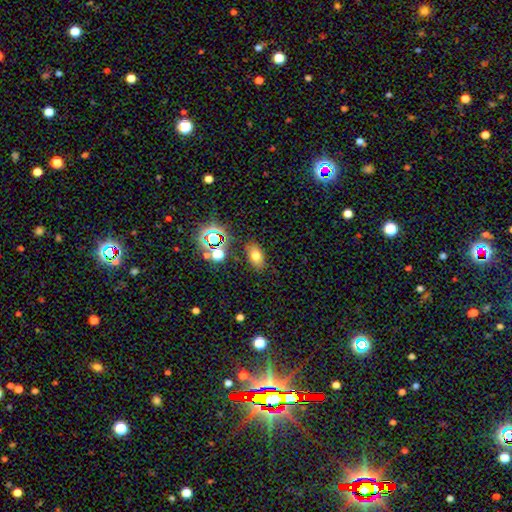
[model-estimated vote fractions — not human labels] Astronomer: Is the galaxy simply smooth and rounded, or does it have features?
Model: smooth — 68%.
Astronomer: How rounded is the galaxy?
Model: in between — 83%.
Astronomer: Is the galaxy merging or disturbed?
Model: none — 82%.